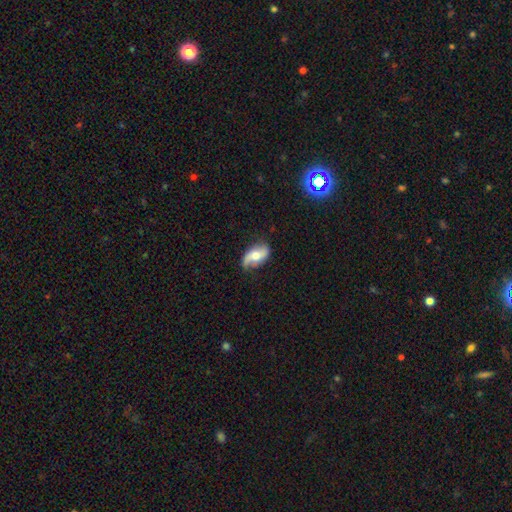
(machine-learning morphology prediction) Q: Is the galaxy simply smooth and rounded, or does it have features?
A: featured or disk — 64%.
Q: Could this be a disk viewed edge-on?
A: no — 92%.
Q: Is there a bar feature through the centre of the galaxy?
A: no — 54%.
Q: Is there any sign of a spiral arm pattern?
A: yes — 88%.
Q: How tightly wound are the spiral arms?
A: loose — 74%.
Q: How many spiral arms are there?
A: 2 — 89%.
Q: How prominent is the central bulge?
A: moderate — 66%.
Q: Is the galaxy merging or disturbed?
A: none — 73%.